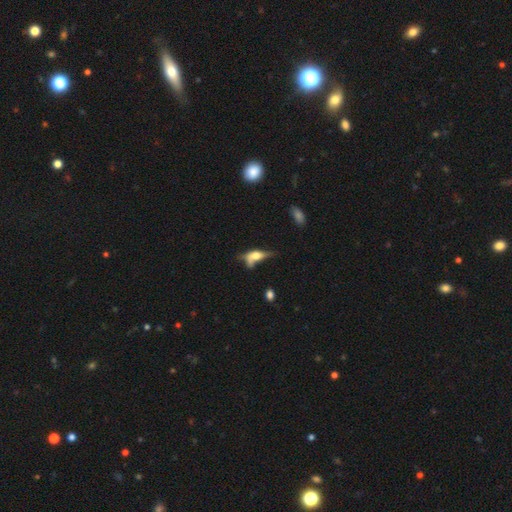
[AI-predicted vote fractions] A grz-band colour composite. It shows a smooth galaxy with no disk features (48%). Merging: major disturbance (34%).